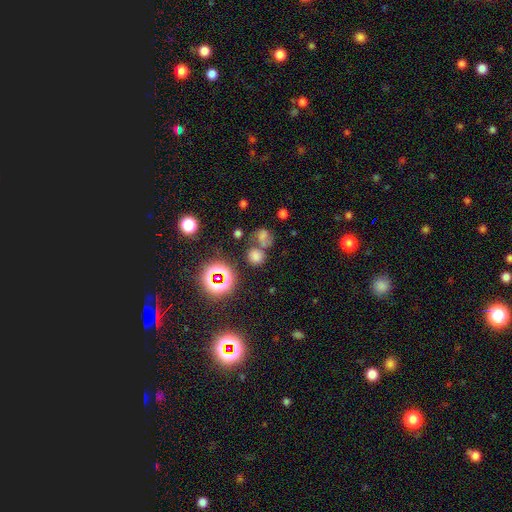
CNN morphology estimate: Overall: smooth (60%; star or artifact 30%). How rounded: round (77%). Merging: none (51%; merger 32%).